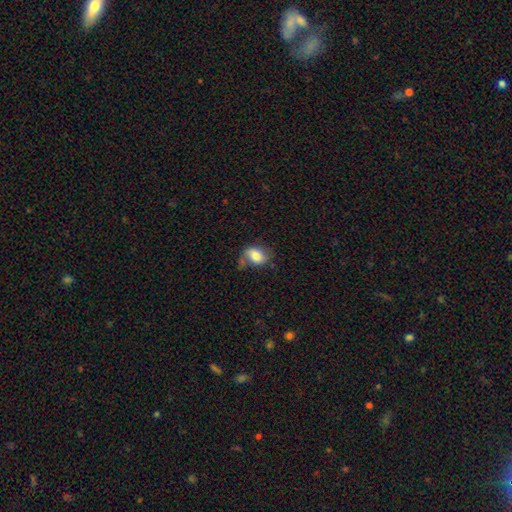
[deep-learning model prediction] Smooth or featured?
  - smooth: 70% *
  - featured or disk: 22%
  - star or artifact: 8%
How rounded?
  - in between: 73% *
  - round: 26%
  - cigar-shaped: 1%
Merging?
  - none: 45% *
  - minor disturbance: 30%
  - major disturbance: 19%
  - merger: 6%